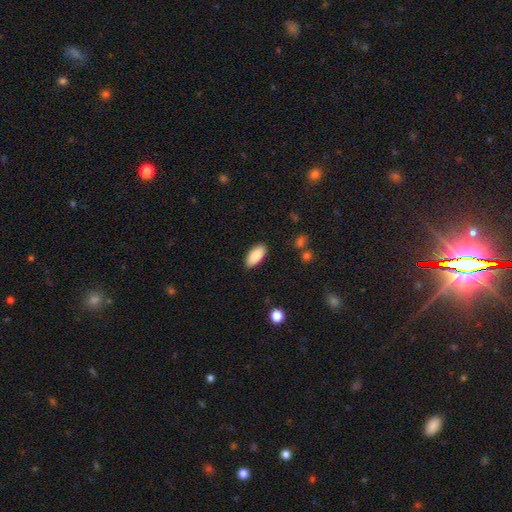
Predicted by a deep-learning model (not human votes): A smooth galaxy with no disk features (87%) that is in between round and cigar-shaped (89%). Merging: none (88%).